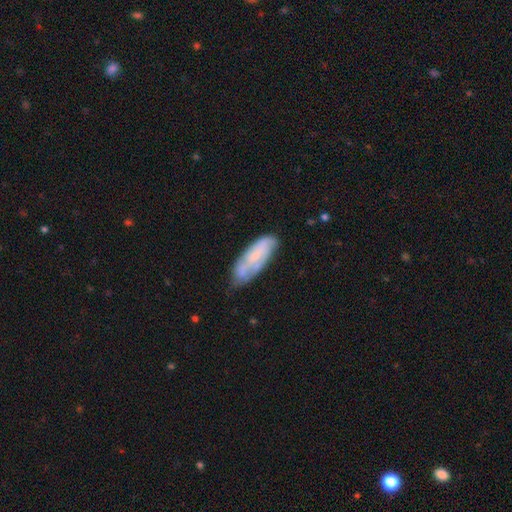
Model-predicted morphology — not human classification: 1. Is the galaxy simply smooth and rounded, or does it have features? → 50% smooth, 42% featured or disk, 8% star or artifact.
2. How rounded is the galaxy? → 63% in between, 35% cigar-shaped, 2% round.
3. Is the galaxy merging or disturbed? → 58% none, 28% minor disturbance, 9% major disturbance, 5% merger.